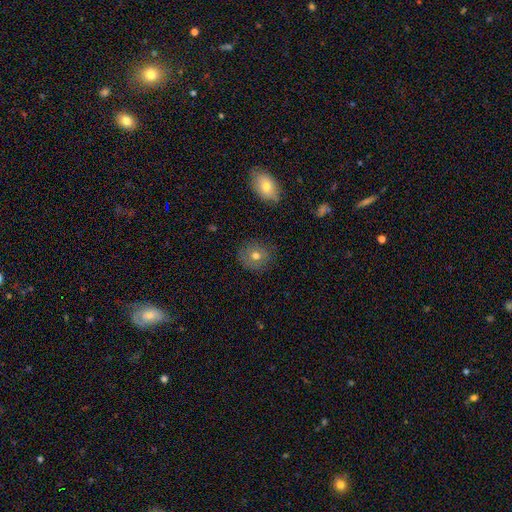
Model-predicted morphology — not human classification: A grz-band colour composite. It shows a smooth galaxy with no disk features (69%) that is round (84%). Merging: none (85%).